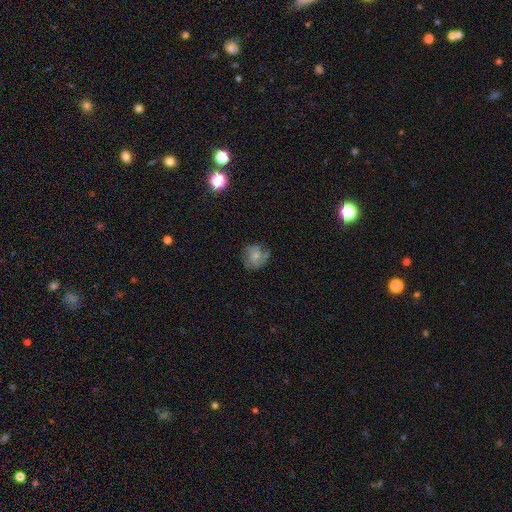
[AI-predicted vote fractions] The model was most divided on "smooth or featured": smooth: 49%, featured or disk: 41%, star or artifact: 10%. More confident: merging — none (61%).